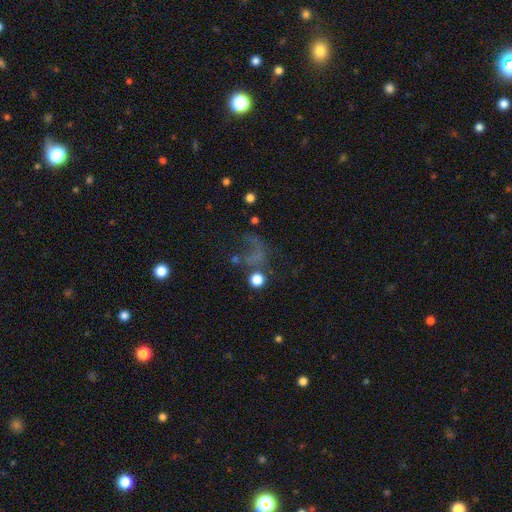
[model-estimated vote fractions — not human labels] Q: Smooth or featured?
A: smooth (34%); runner-up: star or artifact (33%)
Q: Merging?
A: major disturbance (43%); runner-up: none (34%)